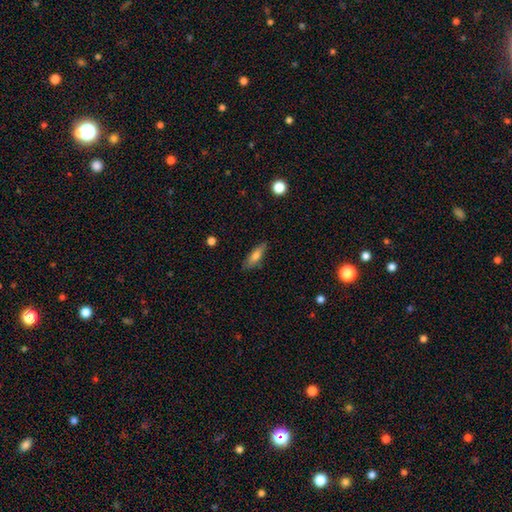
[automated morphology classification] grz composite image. It shows a smooth galaxy with no disk features (72%) that is in between round and cigar-shaped (52%). Merging: none (81%).